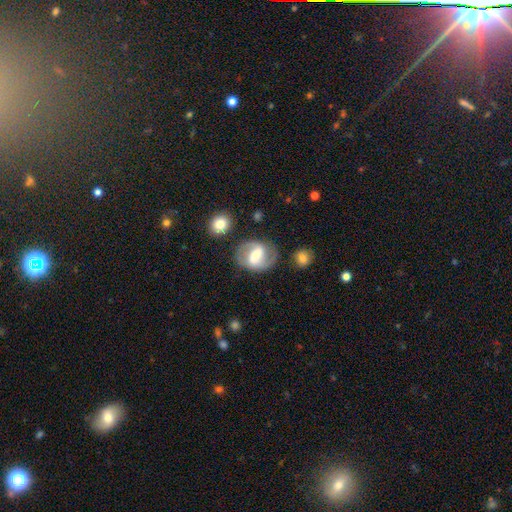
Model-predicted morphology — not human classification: Smooth or featured? Predicted: featured or disk (p=0.69). Edge-on disk? Predicted: no (p=0.97). Bar? Predicted: strong (p=0.44). Spiral arms? Predicted: yes (p=0.85). Spiral winding? Predicted: medium (p=0.50). Spiral arm count? Predicted: 2 (p=0.88). Bulge size? Predicted: moderate (p=0.45). Merging? Predicted: none (p=0.76).